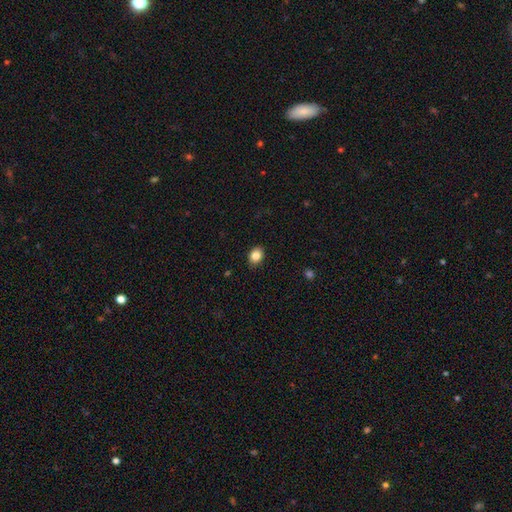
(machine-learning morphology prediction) The model was most divided on "how rounded": in between: 55%, round: 44%, cigar-shaped: 1%. More confident: merging — none (90%); smooth or featured — smooth (85%).